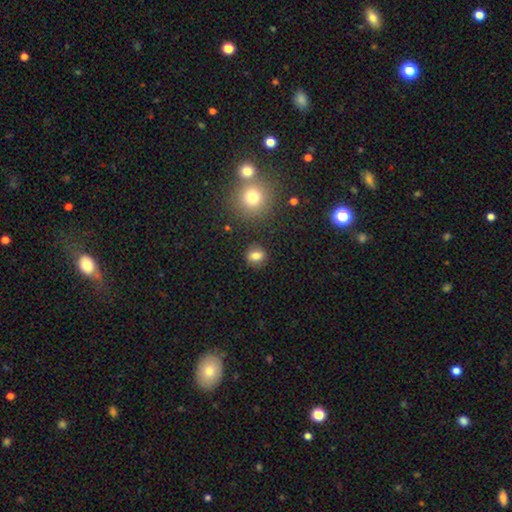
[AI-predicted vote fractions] Overall: smooth (77%). How rounded: round (60%; in between 38%). Merging: none (85%).